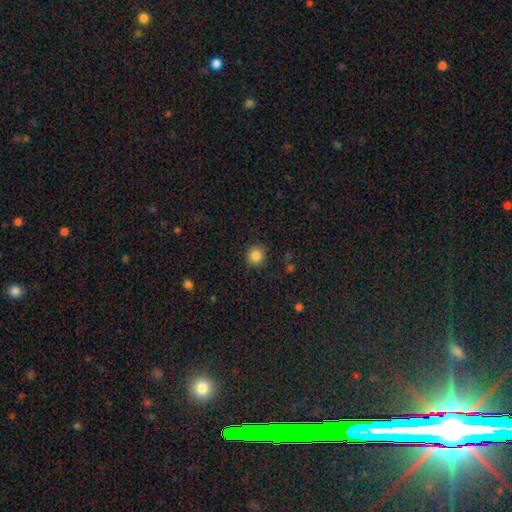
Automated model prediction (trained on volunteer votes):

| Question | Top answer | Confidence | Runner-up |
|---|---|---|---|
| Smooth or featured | smooth | 85% | star or artifact (11%) |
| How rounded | round | 86% | in between (13%) |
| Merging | none | 86% | minor disturbance (10%) |